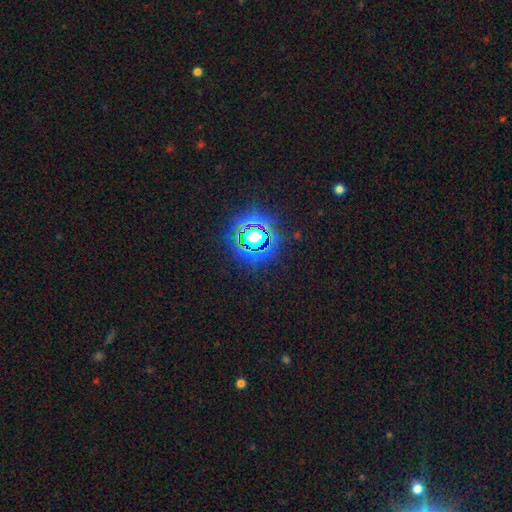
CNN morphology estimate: Smooth or featured?
  - star or artifact: 84% *
  - smooth: 11%
  - featured or disk: 6%